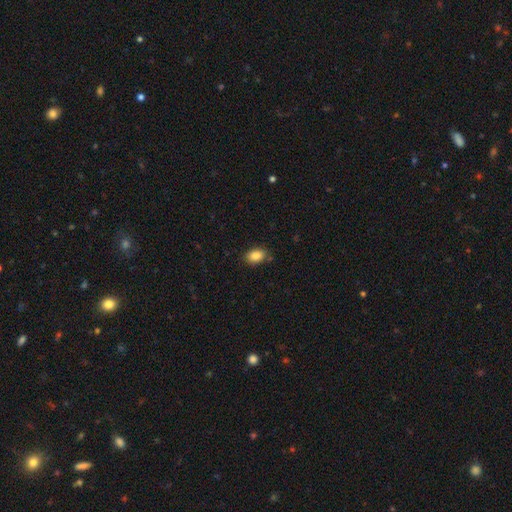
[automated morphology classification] This is clearly a smooth galaxy (87%). How rounded: clearly in between (82%). Merging: clearly none (81%).